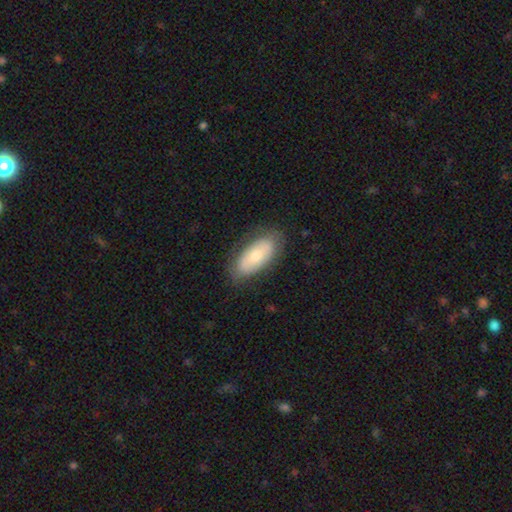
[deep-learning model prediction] Morphology: type=smooth (65%); roundness=in between (90%); merging=none (80%).